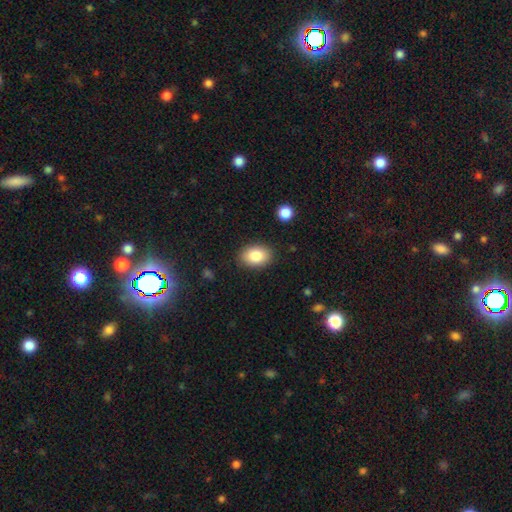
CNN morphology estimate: A smooth galaxy with no disk features (85%) that is in between round and cigar-shaped (81%). Merging: none (87%).